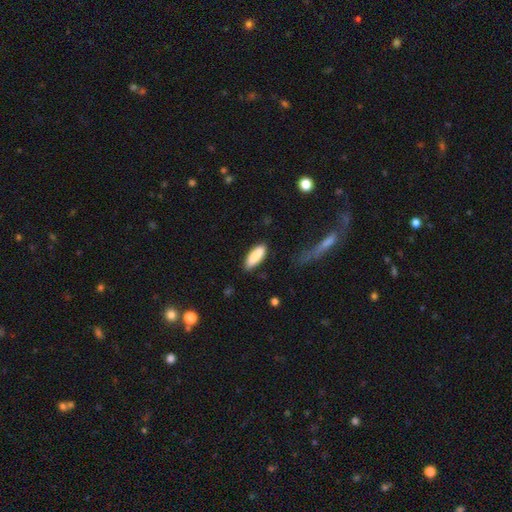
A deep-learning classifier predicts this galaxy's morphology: Q: Smooth or featured?
A: smooth (88%); runner-up: featured or disk (6%)
Q: How rounded?
A: in between (66%); runner-up: cigar-shaped (32%)
Q: Merging?
A: none (85%); runner-up: minor disturbance (11%)